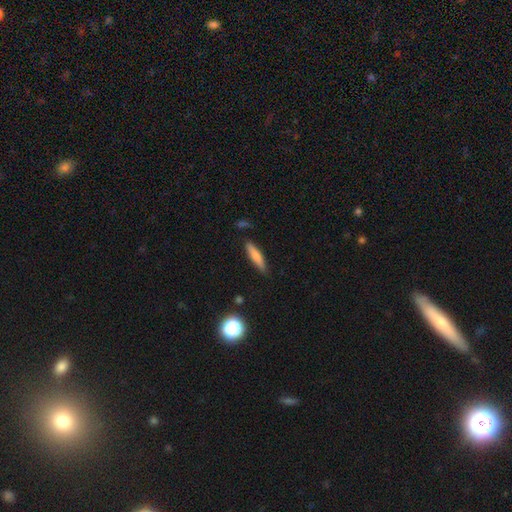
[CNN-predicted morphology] Smooth or featured?
  - smooth: 78% *
  - featured or disk: 15%
  - star or artifact: 7%
How rounded?
  - cigar-shaped: 80% *
  - in between: 18%
  - round: 2%
Merging?
  - none: 83% *
  - minor disturbance: 13%
  - major disturbance: 2%
  - merger: 2%